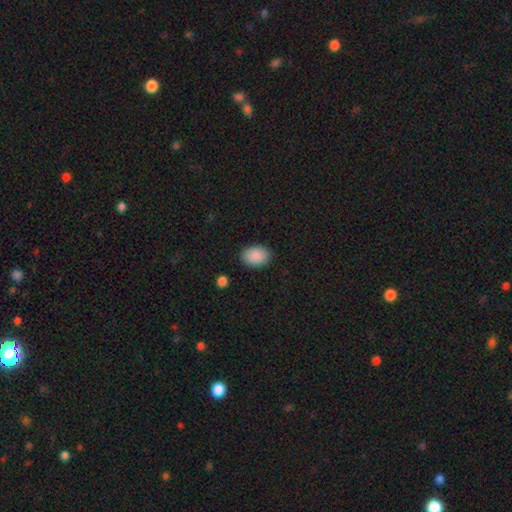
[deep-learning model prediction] Overall: smooth (90%). How rounded: in between (76%). Merging: none (88%).